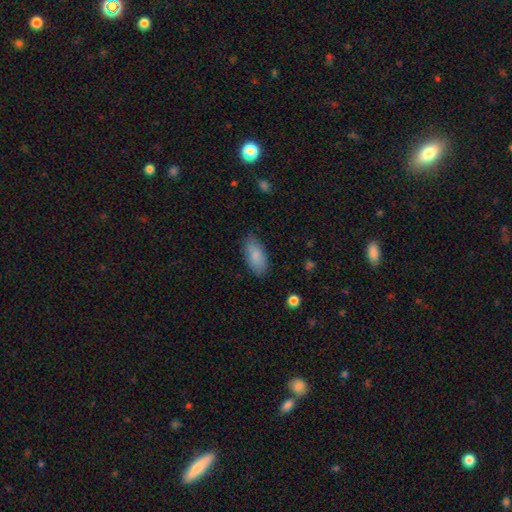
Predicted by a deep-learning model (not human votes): This appears to be a smooth galaxy with no disk features (84%) that is in between round and cigar-shaped (90%). Merging: none (82%).